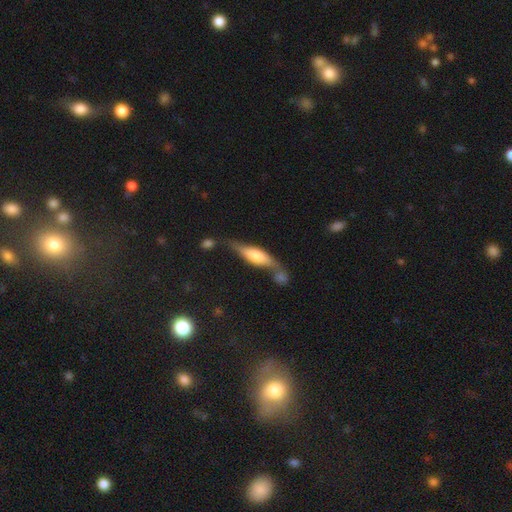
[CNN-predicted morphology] Smooth or featured? Predicted: featured or disk (p=0.50). Merging? Predicted: none (p=0.47).